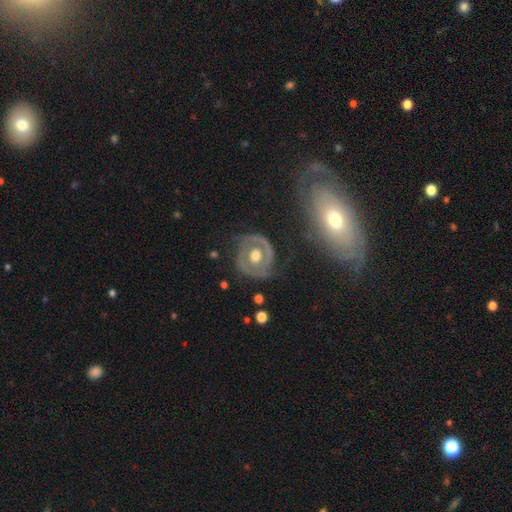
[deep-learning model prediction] Morphology: type=featured or disk (71%); edge-on=no (95%); bar=no (71%); spiral arms=yes (57%); bulge=moderate (66%); merging=none (74%).